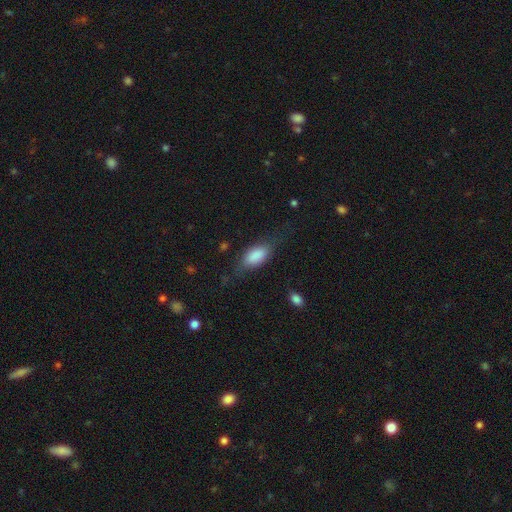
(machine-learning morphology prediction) The model was most divided on "merging": none: 60%, minor disturbance: 24%, major disturbance: 14%, merger: 2%. More confident: how rounded — in between (85%); smooth or featured — smooth (81%).